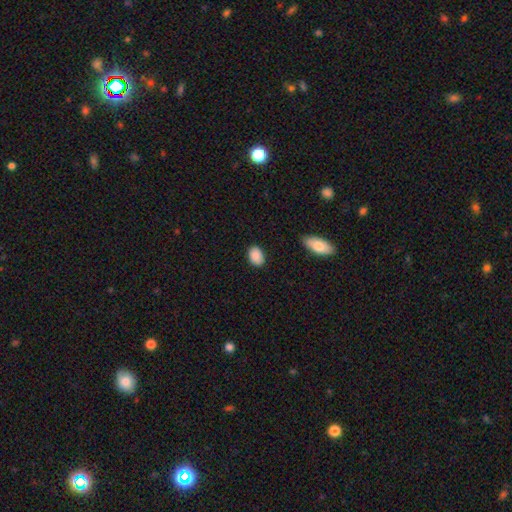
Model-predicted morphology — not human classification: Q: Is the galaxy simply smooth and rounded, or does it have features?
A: smooth — 89%.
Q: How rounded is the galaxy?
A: in between — 83%.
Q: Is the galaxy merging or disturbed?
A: none — 86%.